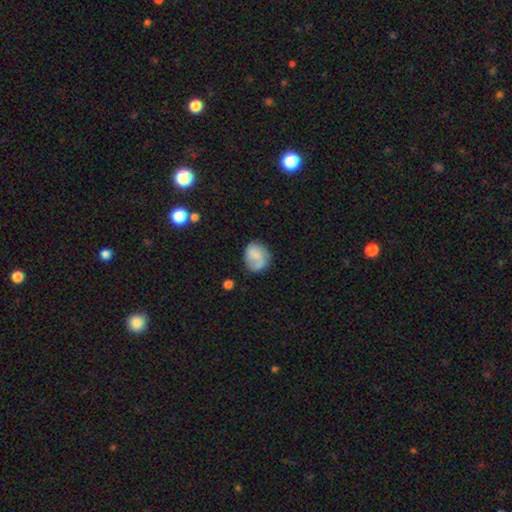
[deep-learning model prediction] smooth 68%, featured or disk 24%, star or artifact 8%. Down the decision tree: how rounded — round (64%); merging — none (61%).